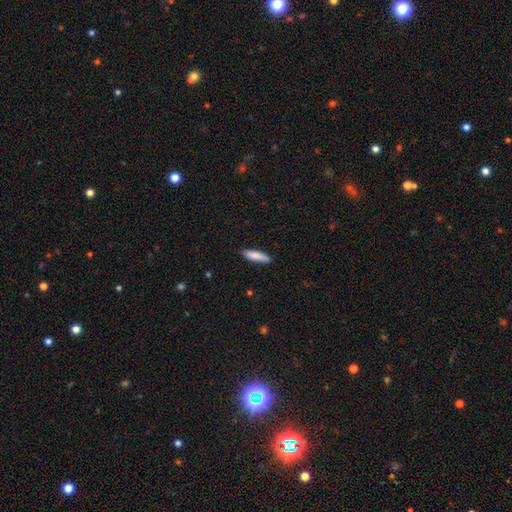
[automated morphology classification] A smooth galaxy with no disk features (84%) that is cigar-shaped (72%). Merging: none (85%).